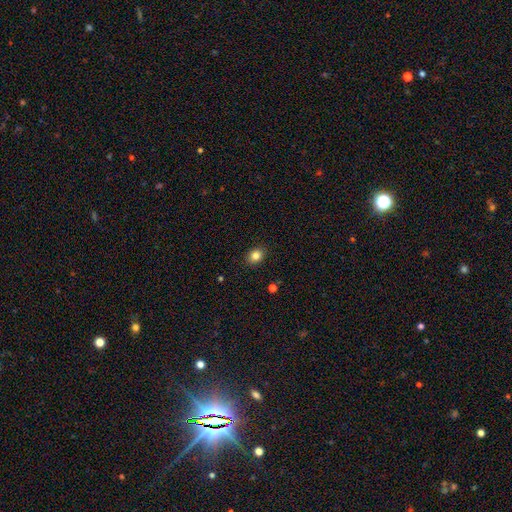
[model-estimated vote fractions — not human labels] The model was most divided on "how rounded": round: 51%, in between: 48%, cigar-shaped: 1%. More confident: merging — none (90%); smooth or featured — smooth (83%).